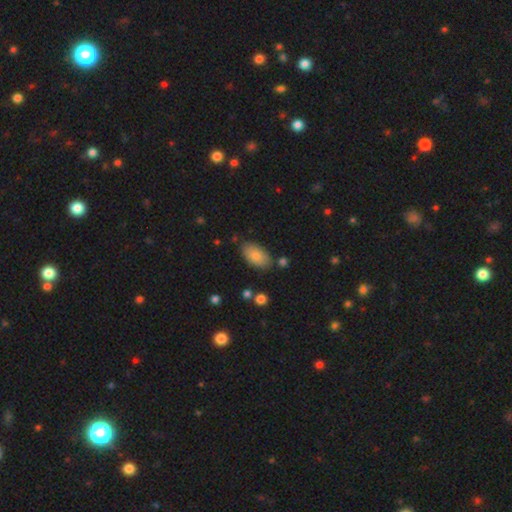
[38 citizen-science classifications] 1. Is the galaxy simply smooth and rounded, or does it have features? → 89% smooth, 8% featured or disk, 3% star or artifact.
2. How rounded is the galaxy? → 97% in between, 3% round, 0% cigar-shaped.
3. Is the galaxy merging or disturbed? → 68% none, 16% minor disturbance, 11% major disturbance, 5% merger.